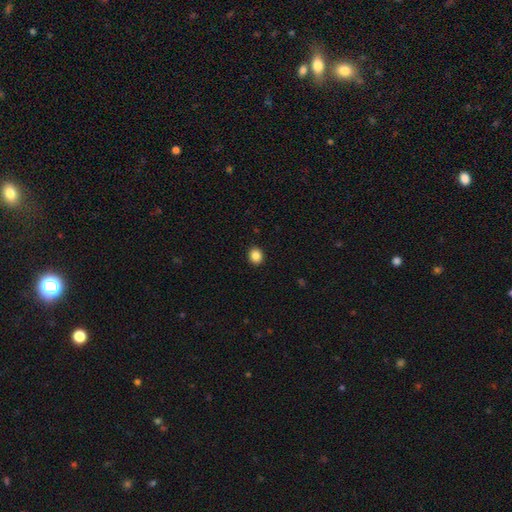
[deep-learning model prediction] A smooth galaxy with no disk features (87%) that is round (76%).

Vote fractions:
- Smooth or featured? smooth: 87% / star or artifact: 10% / featured or disk: 3%
- How rounded? round: 76% / in between: 24% / cigar-shaped: 1%
- Merging? none: 92% / minor disturbance: 5% / major disturbance: 2% / merger: 1%